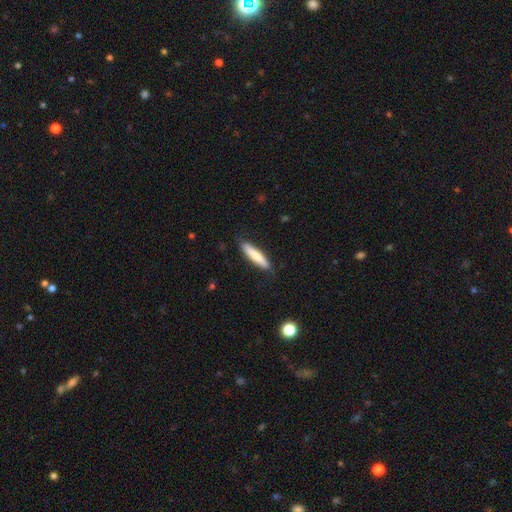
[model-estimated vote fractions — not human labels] A smooth galaxy with no disk features (78%) that is cigar-shaped (87%). Merging: none (83%).